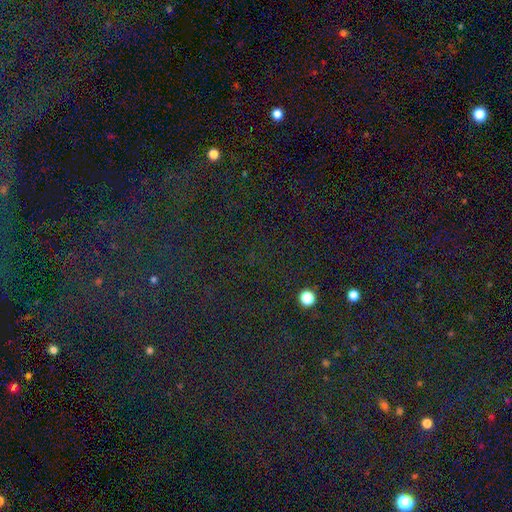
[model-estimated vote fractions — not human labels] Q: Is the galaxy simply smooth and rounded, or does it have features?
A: star or artifact — 82%.